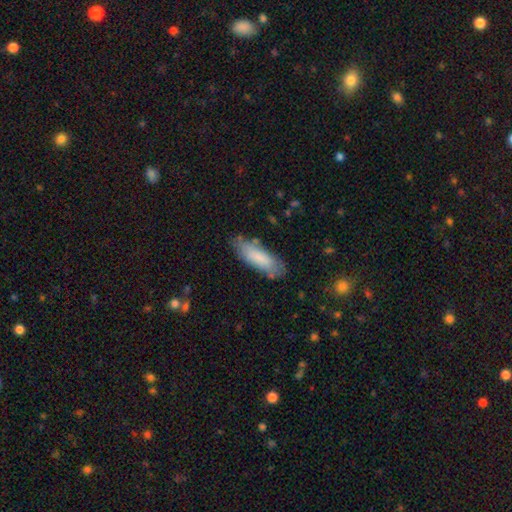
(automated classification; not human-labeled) Smooth or featured: smooth — 80% (featured or disk — 14%)
How rounded: in between — 56% (cigar-shaped — 42%)
Merging: none — 71% (minor disturbance — 21%)